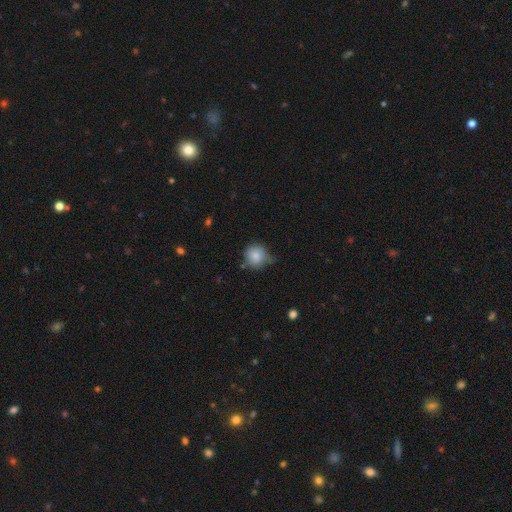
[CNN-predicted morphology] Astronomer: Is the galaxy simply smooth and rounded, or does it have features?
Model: smooth — 82%.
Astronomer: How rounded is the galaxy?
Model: round — 91%.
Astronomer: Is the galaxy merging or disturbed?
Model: none — 58%.